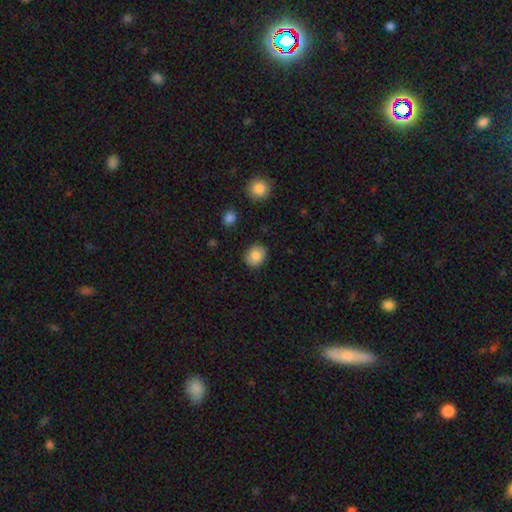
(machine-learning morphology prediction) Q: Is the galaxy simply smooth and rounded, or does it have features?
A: smooth — 84%.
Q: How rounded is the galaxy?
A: round — 59%.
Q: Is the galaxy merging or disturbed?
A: none — 87%.